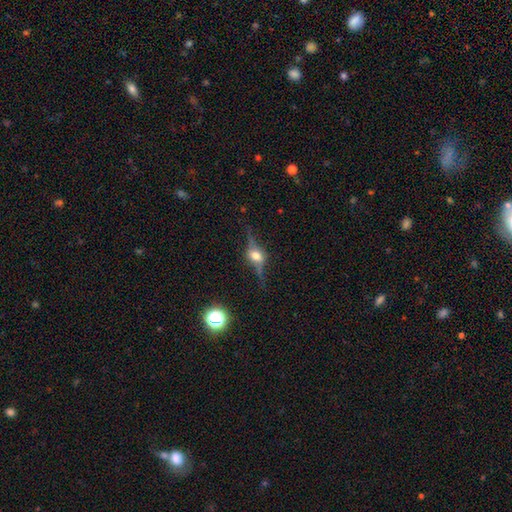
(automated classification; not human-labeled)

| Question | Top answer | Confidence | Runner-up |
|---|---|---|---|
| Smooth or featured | featured or disk | 78% | smooth (13%) |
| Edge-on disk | yes | 93% | no (7%) |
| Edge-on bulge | rounded | 93% | boxy (6%) |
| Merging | none | 78% | minor disturbance (15%) |